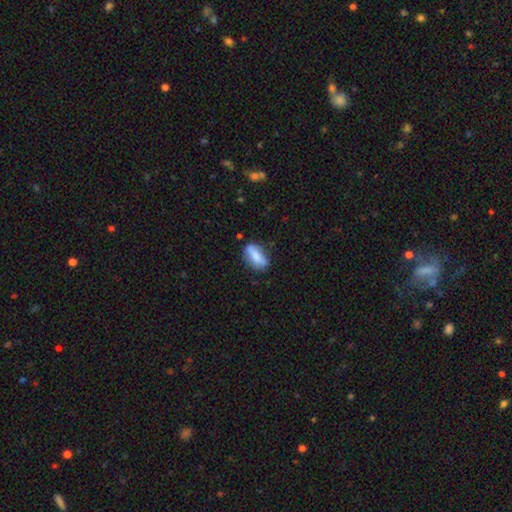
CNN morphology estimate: A smooth galaxy with no disk features (70%) that is in between round and cigar-shaped (73%).

Vote fractions:
- Smooth or featured? smooth: 70% / featured or disk: 23% / star or artifact: 7%
- How rounded? in between: 73% / cigar-shaped: 23% / round: 4%
- Merging? none: 73% / minor disturbance: 19% / major disturbance: 5% / merger: 3%